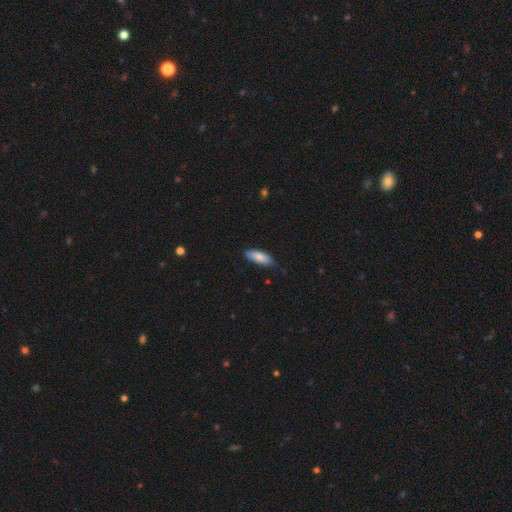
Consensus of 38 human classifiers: This is likely a smooth galaxy (79%). How rounded: likely in between (73%). Merging: clearly none (81%).